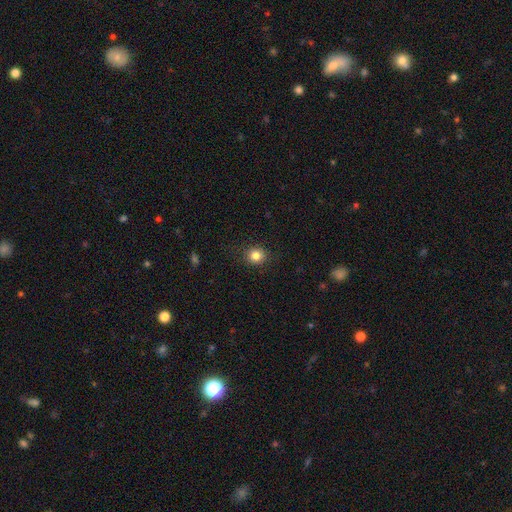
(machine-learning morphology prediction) This is clearly a smooth galaxy (82%). How rounded: clearly round (84%). Merging: clearly none (88%).